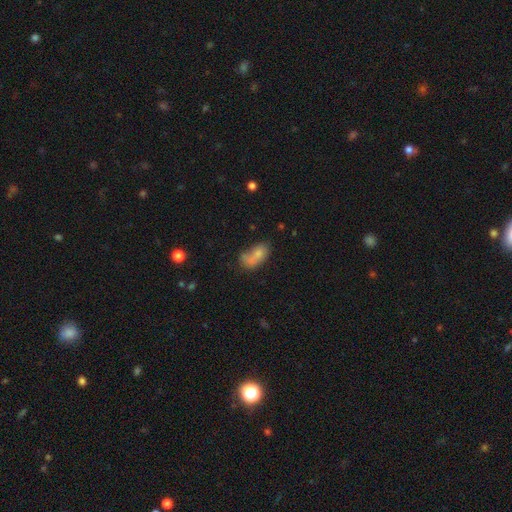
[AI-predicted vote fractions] smooth 73%, featured or disk 17%, star or artifact 10%. Down the decision tree: how rounded — in between (88%); merging — none (32%).